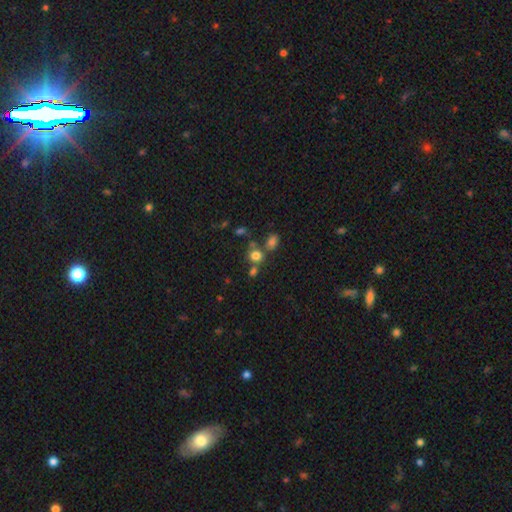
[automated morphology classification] A smooth galaxy with no disk features (74%) that is round (75%). Merging: none (59%).